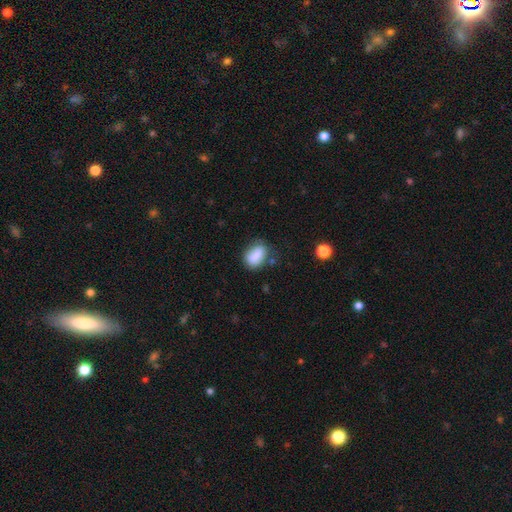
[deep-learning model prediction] A smooth galaxy with no disk features (85%) that is in between round and cigar-shaped (81%).

Vote fractions:
- Smooth or featured? smooth: 85% / star or artifact: 8% / featured or disk: 7%
- How rounded? in between: 81% / round: 17% / cigar-shaped: 2%
- Merging? none: 62% / minor disturbance: 26% / major disturbance: 7% / merger: 5%